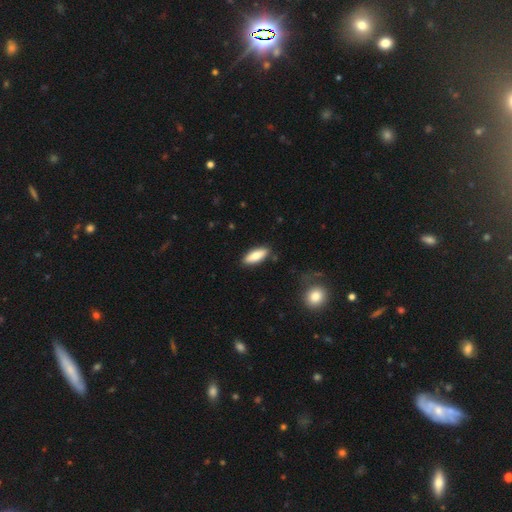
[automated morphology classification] This is likely a smooth galaxy (79%). How rounded: likely in between (68%). Merging: clearly none (87%).